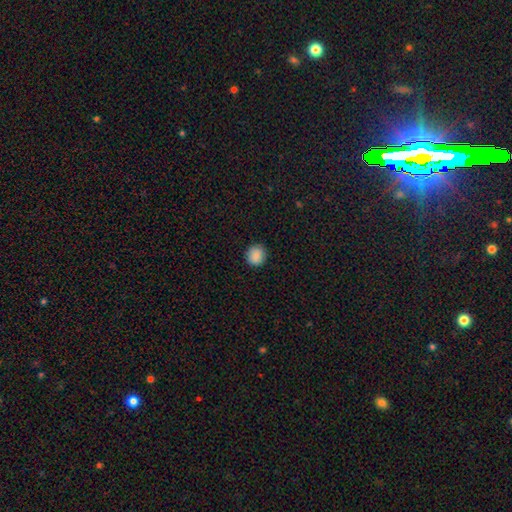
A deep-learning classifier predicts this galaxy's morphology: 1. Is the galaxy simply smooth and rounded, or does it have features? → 89% smooth, 8% star or artifact, 3% featured or disk.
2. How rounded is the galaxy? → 88% round, 11% in between, 1% cigar-shaped.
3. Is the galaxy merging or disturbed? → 89% none, 8% minor disturbance, 2% major disturbance, 1% merger.